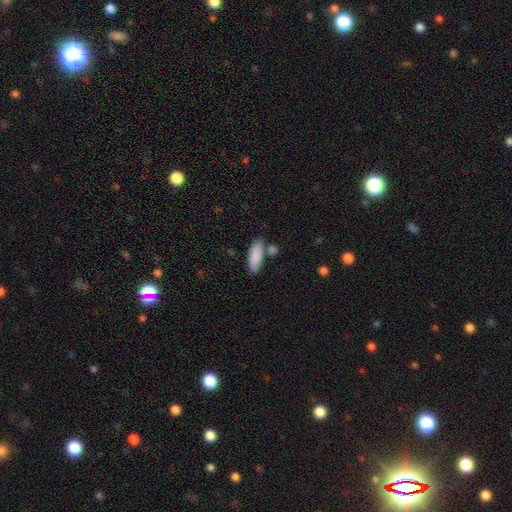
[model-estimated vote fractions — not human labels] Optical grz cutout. It shows a smooth galaxy with no disk features (87%) that is in between round and cigar-shaped (62%). Merging: none (73%).